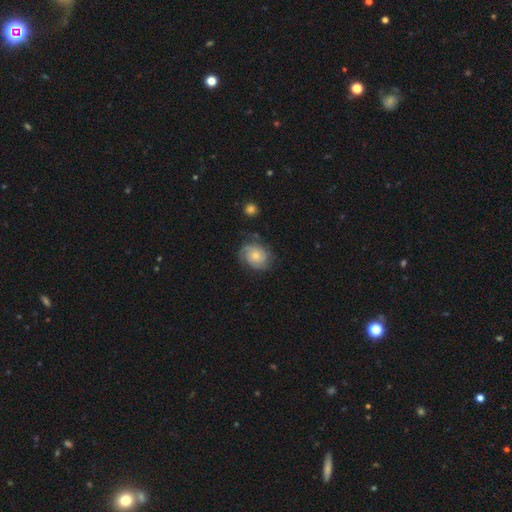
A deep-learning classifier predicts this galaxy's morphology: The model was most divided on "bulge size": small: 48%, moderate: 44%, large: 4%, none: 3%, dominant: 1%. Remaining: edge-on disk — no (98%); spiral arms — yes (94%); bar — no (78%); merging — none (71%); smooth or featured — featured or disk (71%); spiral winding — tight (58%); spiral arm count — 2 (33%).